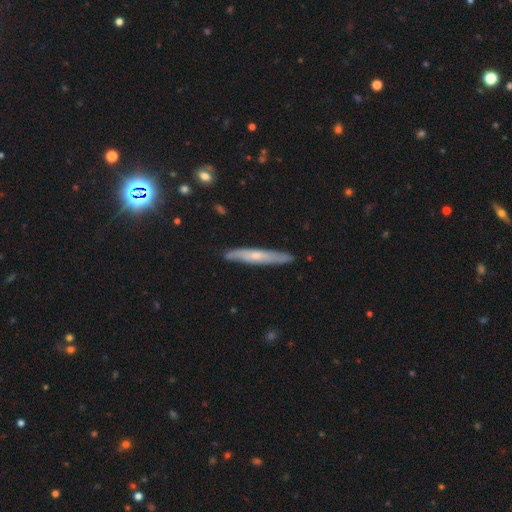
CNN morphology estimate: This appears to be a featured or disk galaxy (52%) viewed edge-on (84%). Merging: none (87%).